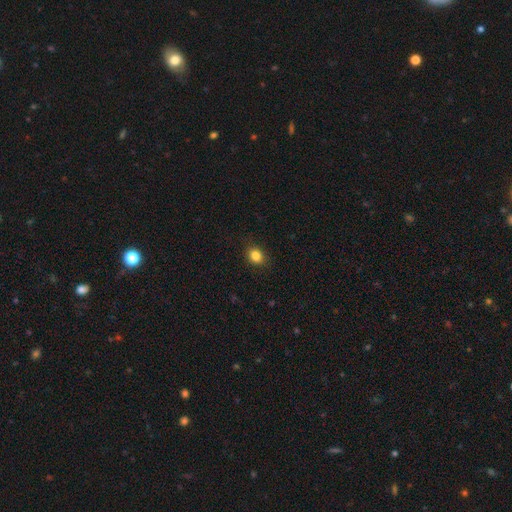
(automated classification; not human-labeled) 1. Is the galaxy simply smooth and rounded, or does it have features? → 84% smooth, 11% star or artifact, 5% featured or disk.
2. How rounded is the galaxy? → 64% round, 35% in between, 1% cigar-shaped.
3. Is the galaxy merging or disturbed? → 88% none, 9% minor disturbance, 2% major disturbance, 1% merger.